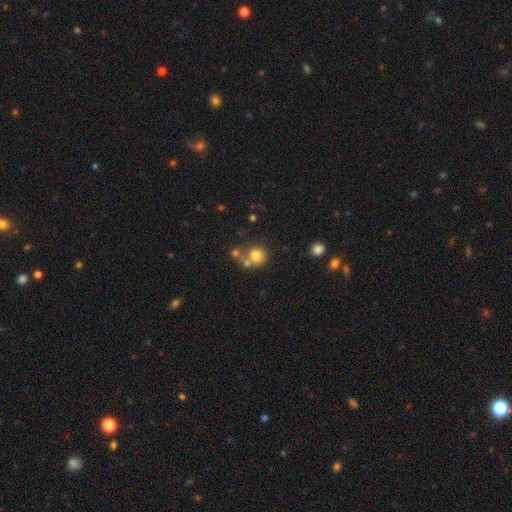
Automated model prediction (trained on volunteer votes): A smooth galaxy with no disk features (76%) that is round (86%).

Vote fractions:
- Smooth or featured? smooth: 76% / featured or disk: 12% / star or artifact: 12%
- How rounded? round: 86% / in between: 13% / cigar-shaped: 1%
- Merging? none: 48% / merger: 35% / minor disturbance: 11% / major disturbance: 7%